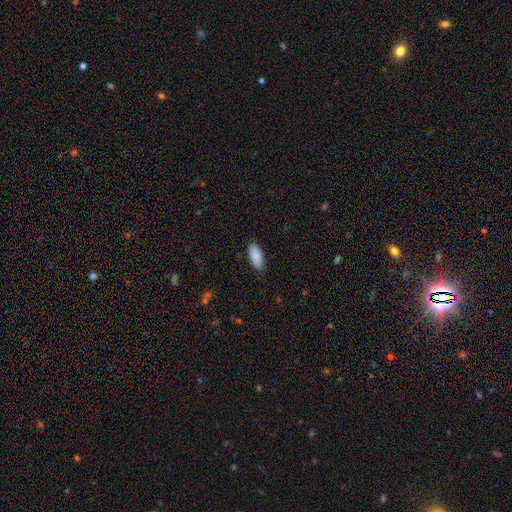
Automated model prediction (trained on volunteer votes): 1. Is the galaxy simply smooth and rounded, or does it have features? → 89% smooth, 6% star or artifact, 5% featured or disk.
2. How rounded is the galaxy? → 84% in between, 14% cigar-shaped, 2% round.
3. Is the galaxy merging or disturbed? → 86% none, 11% minor disturbance, 2% major disturbance, 1% merger.